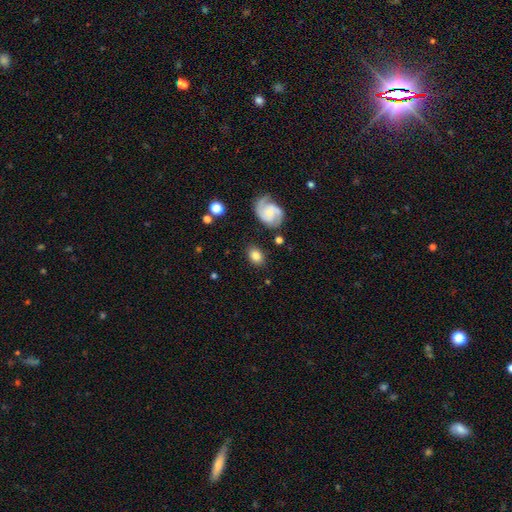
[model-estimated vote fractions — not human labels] This is likely a smooth galaxy (72%). How rounded: likely in between (65%). Merging: clearly none (81%).